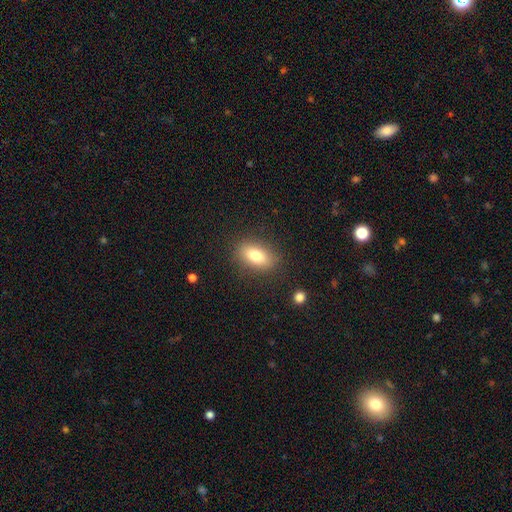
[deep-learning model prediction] Smooth or featured: smooth — 80% (featured or disk — 12%)
How rounded: in between — 86% (round — 9%)
Merging: none — 85% (minor disturbance — 10%)